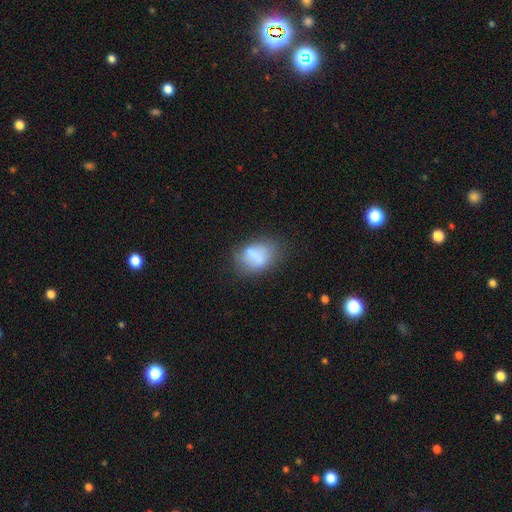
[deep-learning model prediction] Morphology: type=smooth (65%); roundness=in between (73%); merging=none (46%).